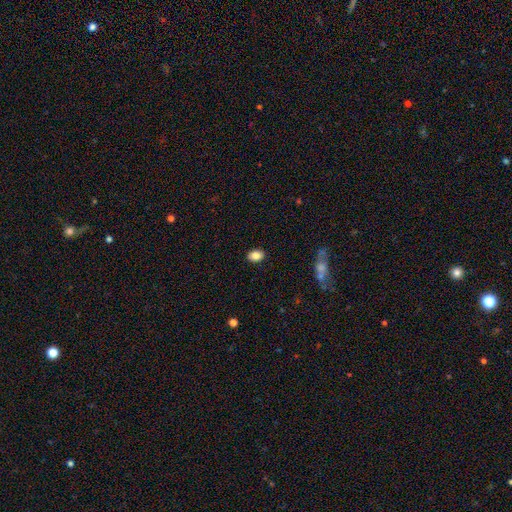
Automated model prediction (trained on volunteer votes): Smooth or featured?
  - smooth: 84% *
  - star or artifact: 8%
  - featured or disk: 7%
How rounded?
  - in between: 80% *
  - round: 19%
  - cigar-shaped: 1%
Merging?
  - none: 89% *
  - minor disturbance: 8%
  - major disturbance: 2%
  - merger: 1%